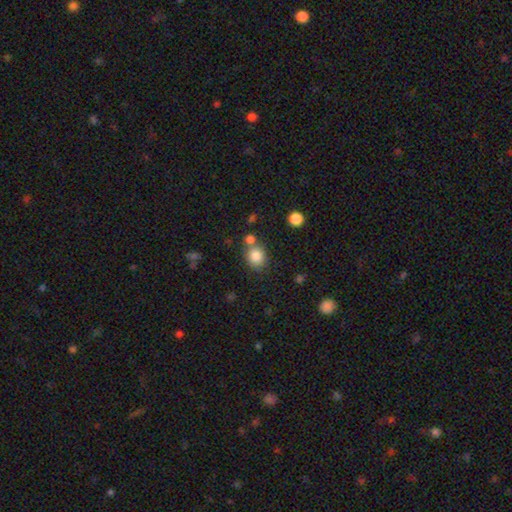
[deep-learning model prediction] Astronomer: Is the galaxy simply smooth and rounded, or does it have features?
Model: smooth — 84%.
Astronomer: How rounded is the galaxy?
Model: round — 69%.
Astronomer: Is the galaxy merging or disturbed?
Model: none — 65%.